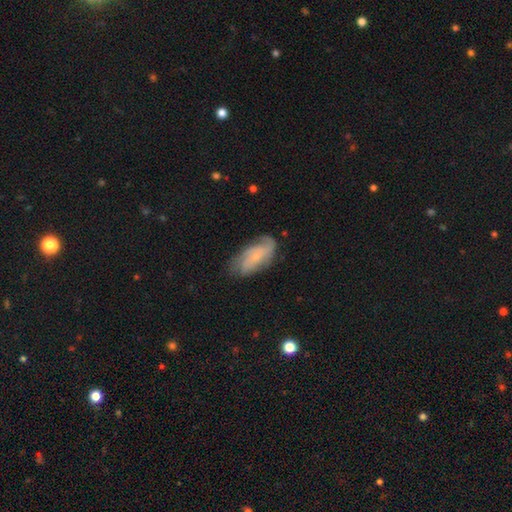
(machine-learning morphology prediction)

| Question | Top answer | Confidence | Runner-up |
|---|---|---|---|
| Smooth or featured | featured or disk | 63% | smooth (30%) |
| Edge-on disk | no | 93% | yes (7%) |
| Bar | no | 66% | weak (28%) |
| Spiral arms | yes | 90% | no (10%) |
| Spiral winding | medium | 41% | tight (38%) |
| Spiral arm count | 2 | 36% | can't tell (30%) |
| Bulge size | small | 70% | moderate (15%) |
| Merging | none | 65% | minor disturbance (24%) |